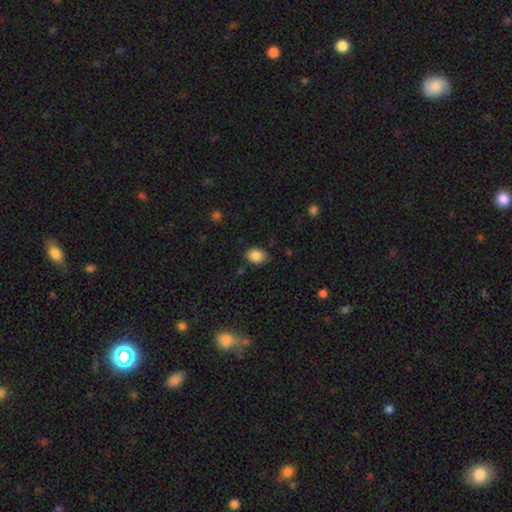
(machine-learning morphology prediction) smooth-or-featured: smooth: 86% | star or artifact: 9% | featured or disk: 5%
  how-rounded: in between: 65% | round: 34% | cigar-shaped: 1%
  merging: none: 81% | minor disturbance: 14% | major disturbance: 3% | merger: 2%